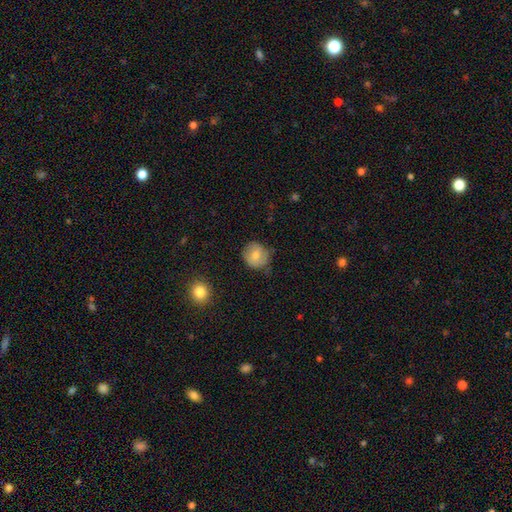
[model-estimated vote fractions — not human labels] A smooth galaxy with no disk features (68%) that is round (83%).

Vote fractions:
- Smooth or featured? smooth: 68% / featured or disk: 24% / star or artifact: 8%
- How rounded? round: 83% / in between: 16% / cigar-shaped: 1%
- Merging? none: 63% / minor disturbance: 28% / major disturbance: 7% / merger: 2%